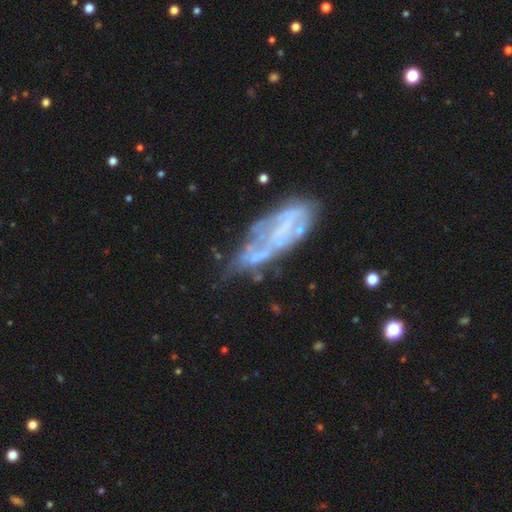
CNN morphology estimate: smooth-or-featured: featured or disk: 62% | smooth: 26% | star or artifact: 13%
  disk-edge-on: no: 87% | yes: 13%
    bar: no: 71% | weak: 17% | strong: 12%
    has-spiral-arms: no: 73% | yes: 27%
    bulge-size: none: 66% | small: 19% | moderate: 11% | large: 3% | dominant: 2%
  merging: none: 36% | major disturbance: 27% | minor disturbance: 21% | merger: 15%